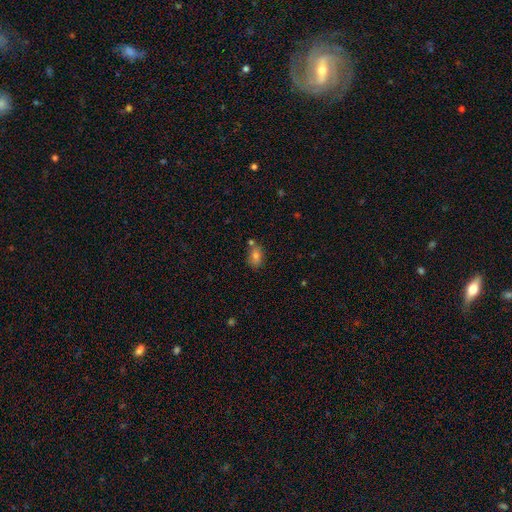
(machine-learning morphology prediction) Smooth or featured?
  - smooth: 78% *
  - star or artifact: 11%
  - featured or disk: 11%
How rounded?
  - in between: 81% *
  - round: 16%
  - cigar-shaped: 2%
Merging?
  - none: 70% *
  - minor disturbance: 15%
  - merger: 12%
  - major disturbance: 3%